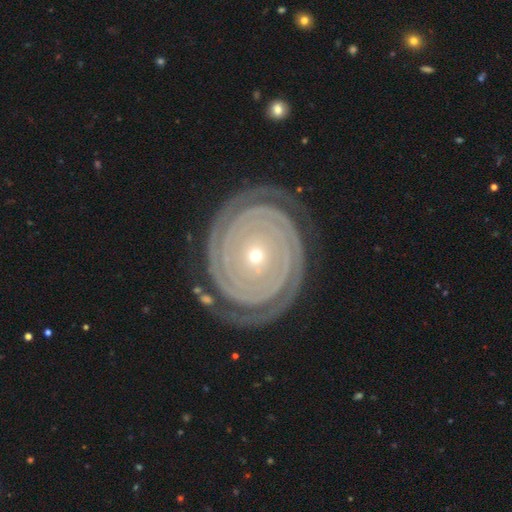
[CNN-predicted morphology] smooth-or-featured: featured or disk: 92% | star or artifact: 5% | smooth: 3%
  disk-edge-on: no: 97% | yes: 3%
    bar: no: 76% | weak: 12% | strong: 12%
    has-spiral-arms: yes: 98% | no: 2%
      spiral-winding: tight: 93% | medium: 5% | loose: 1%
      spiral-arm-count: 2: 52% | 3: 12% | can't tell: 11% | 4: 9% | more than 4: 9% | 1: 6%
    bulge-size: small: 77% | moderate: 20% | large: 1% | dominant: 1% | none: 1%
  merging: none: 84% | minor disturbance: 11% | major disturbance: 3% | merger: 2%